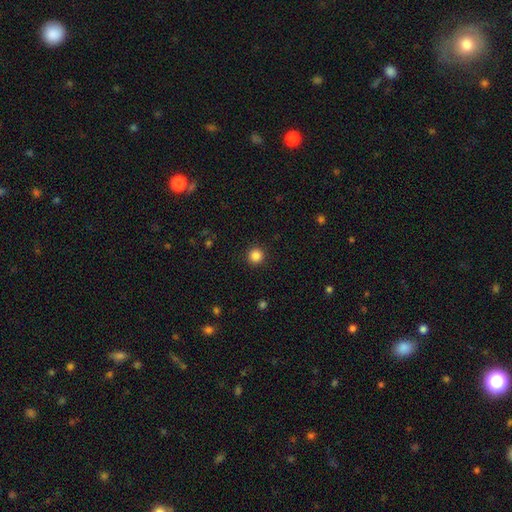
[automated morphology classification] smooth 85%, star or artifact 11%, featured or disk 4%. Down the decision tree: how rounded — round (95%); merging — none (93%).